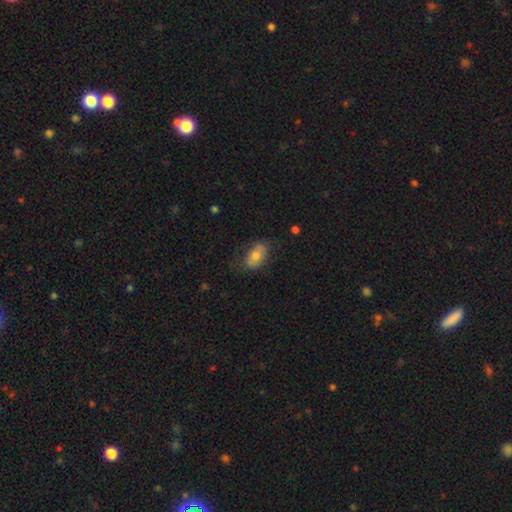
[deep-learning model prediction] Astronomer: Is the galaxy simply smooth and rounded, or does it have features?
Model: smooth — 68%.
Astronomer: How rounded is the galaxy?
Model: in between — 89%.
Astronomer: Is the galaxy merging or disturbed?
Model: none — 66%.